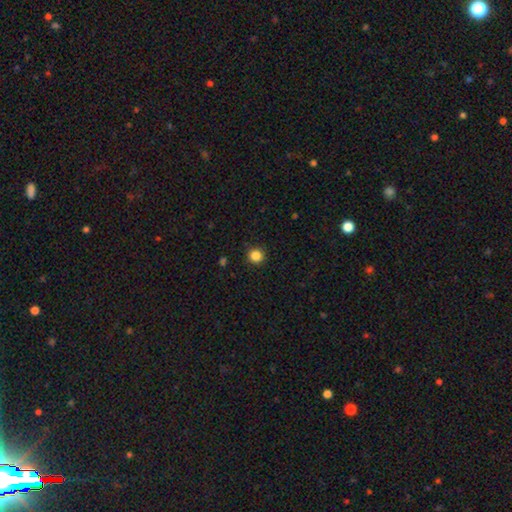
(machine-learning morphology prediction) smooth_or_featured: smooth (p=0.85) [alt: star or artifact p=0.11]
how_rounded: round (p=0.95) [alt: in between p=0.04]
merging: none (p=0.92) [alt: minor disturbance p=0.05]